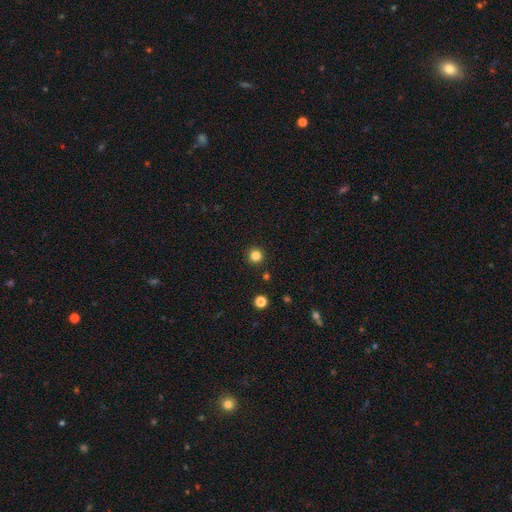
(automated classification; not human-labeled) Smooth or featured? smooth (83%)
How rounded? round (96%)
Merging? none (92%)